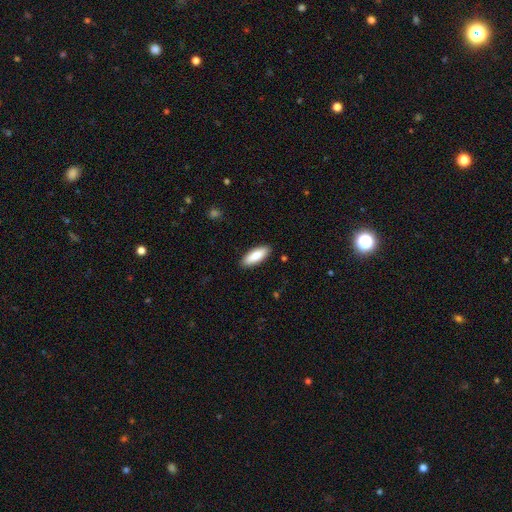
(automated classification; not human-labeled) Smooth or featured? smooth (85%)
How rounded? in between (71%)
Merging? none (89%)